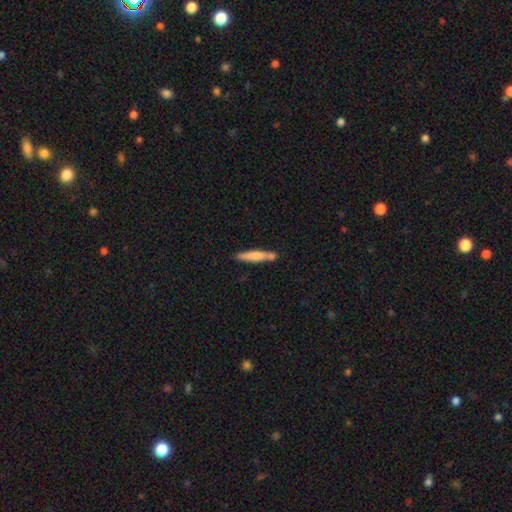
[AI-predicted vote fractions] A smooth galaxy with no disk features (68%) that is cigar-shaped (91%).

Vote fractions:
- Smooth or featured? smooth: 68% / featured or disk: 27% / star or artifact: 5%
- How rounded? cigar-shaped: 91% / in between: 7% / round: 1%
- Merging? none: 73% / minor disturbance: 14% / merger: 10% / major disturbance: 3%